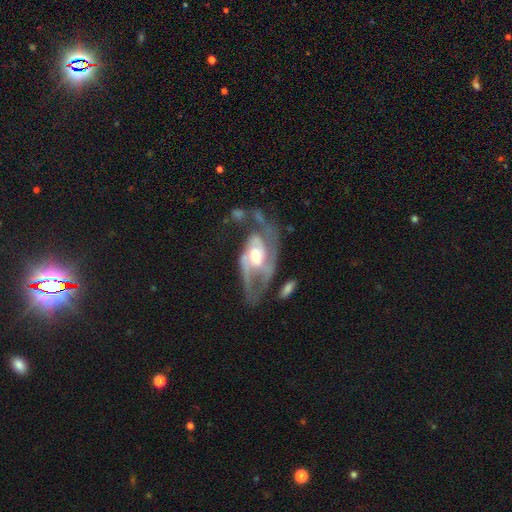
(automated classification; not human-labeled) Smooth or featured: featured or disk — 86% (smooth — 9%)
Edge-on disk: no — 95% (yes — 5%)
Bar: no — 48% (weak — 39%)
Spiral arms: yes — 93% (no — 7%)
Spiral winding: medium — 47% (tight — 32%)
Spiral arm count: 2 — 60% (can't tell — 15%)
Bulge size: moderate — 59% (large — 19%)
Merging: none — 35% (major disturbance — 34%)